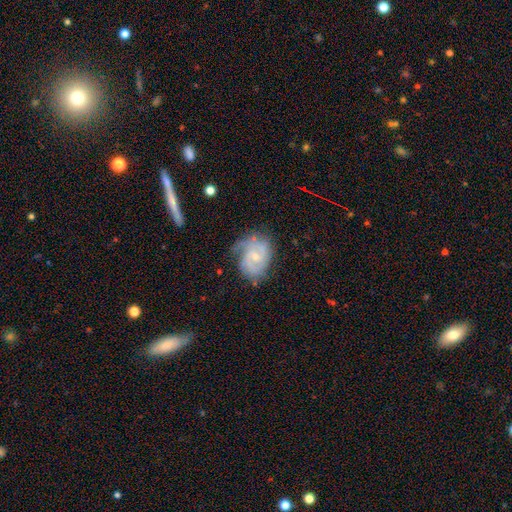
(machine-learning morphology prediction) smooth_or_featured: featured or disk (p=0.77) [alt: smooth p=0.17]
disk_edge_on: no (p=0.97) [alt: yes p=0.03]
bar: no (p=0.57) [alt: weak p=0.37]
has_spiral_arms: yes (p=0.92) [alt: no p=0.08]
spiral_winding: medium (p=0.43) [alt: tight p=0.42]
spiral_arm_count: 2 (p=0.52) [alt: can't tell p=0.21]
bulge_size: small (p=0.63) [alt: moderate p=0.33]
merging: none (p=0.56) [alt: minor disturbance p=0.28]